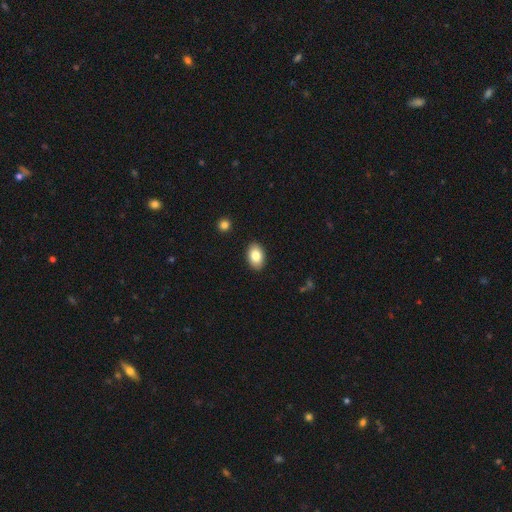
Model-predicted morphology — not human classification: A smooth galaxy with no disk features (84%) that is in between round and cigar-shaped (89%). Merging: none (90%).